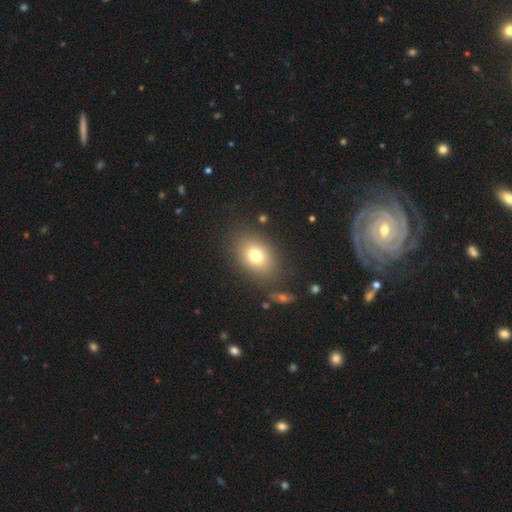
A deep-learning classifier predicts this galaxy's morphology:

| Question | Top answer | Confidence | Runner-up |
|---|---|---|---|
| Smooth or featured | smooth | 76% | featured or disk (13%) |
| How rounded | in between | 72% | round (27%) |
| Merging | none | 81% | minor disturbance (11%) |